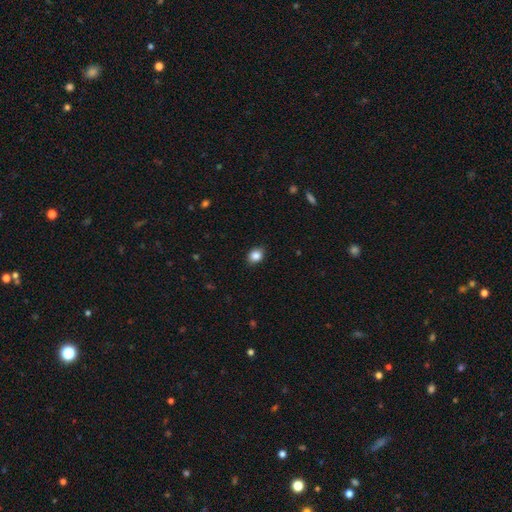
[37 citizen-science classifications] Overall: smooth (92%). How rounded: in between (59%; round 41%). Merging: none (91%).